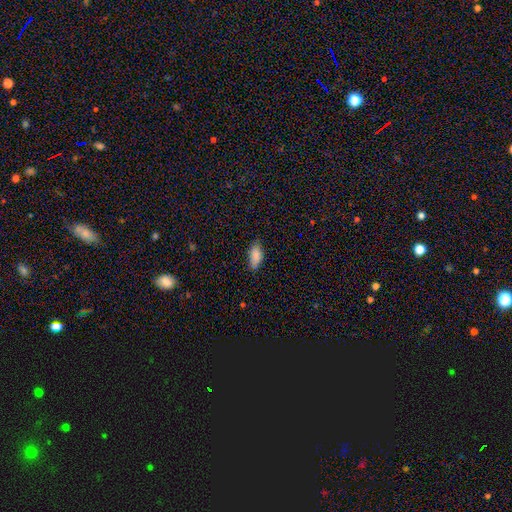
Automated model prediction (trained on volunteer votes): Q: Smooth or featured?
A: smooth (87%); runner-up: star or artifact (7%)
Q: How rounded?
A: in between (84%); runner-up: cigar-shaped (14%)
Q: Merging?
A: none (78%); runner-up: minor disturbance (18%)